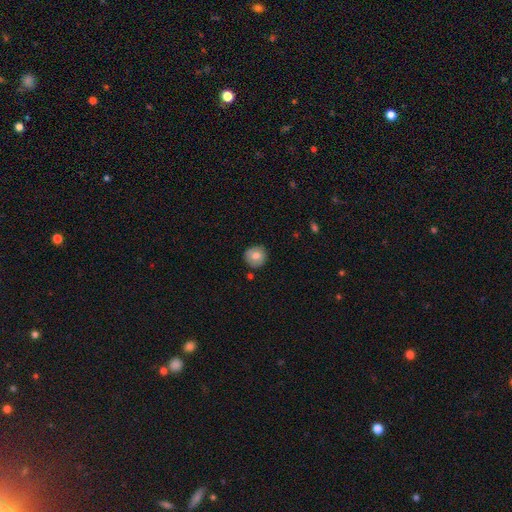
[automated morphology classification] The model was most divided on "smooth or featured": smooth: 75%, featured or disk: 17%, star or artifact: 8%. More confident: how rounded — round (90%); merging — none (81%).